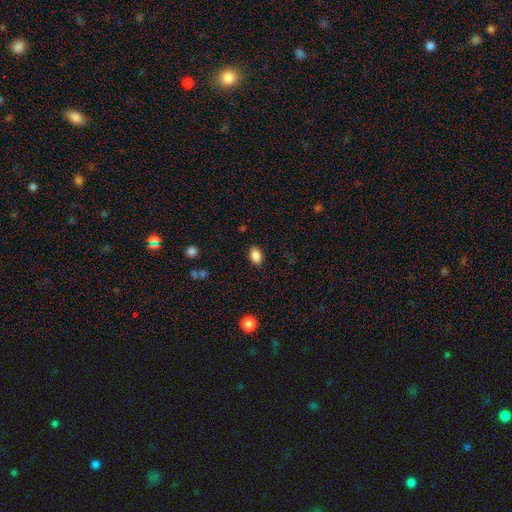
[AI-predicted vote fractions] Smooth or featured? Predicted: smooth (p=0.88). How rounded? Predicted: in between (p=0.87). Merging? Predicted: none (p=0.87).